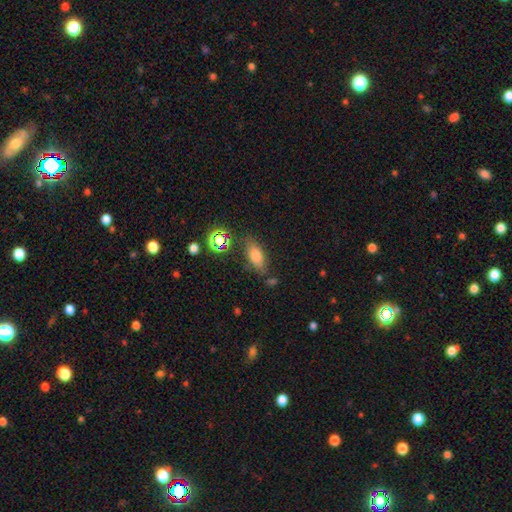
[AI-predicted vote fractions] smooth-or-featured: smooth: 71% | featured or disk: 15% | star or artifact: 15%
  how-rounded: in between: 75% | cigar-shaped: 18% | round: 7%
  merging: none: 73% | minor disturbance: 16% | merger: 6% | major disturbance: 5%